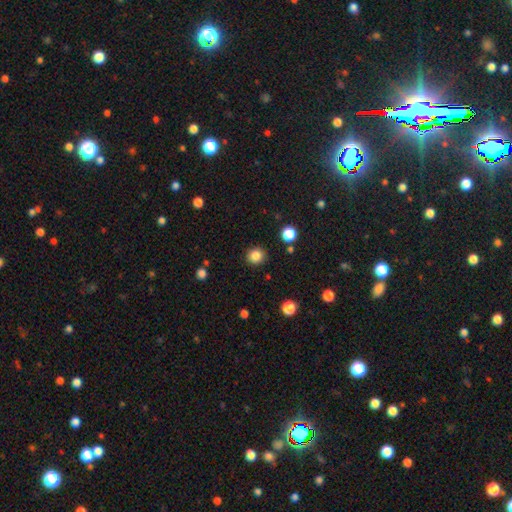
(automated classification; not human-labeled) The model was most divided on "smooth or featured": smooth: 85%, star or artifact: 11%, featured or disk: 4%. More confident: merging — none (89%); how rounded — round (88%).